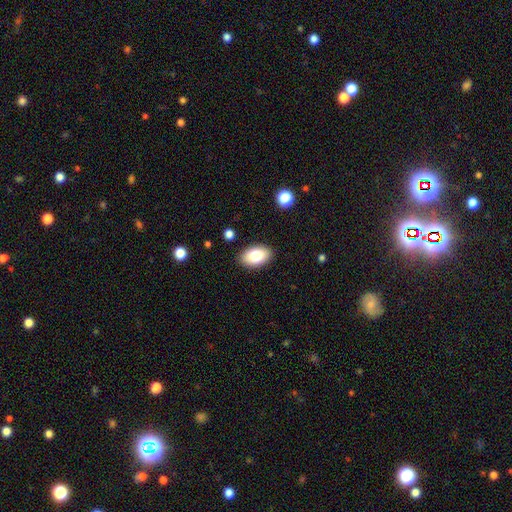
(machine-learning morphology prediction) Overall: smooth (82%). How rounded: in between (92%). Merging: none (88%).